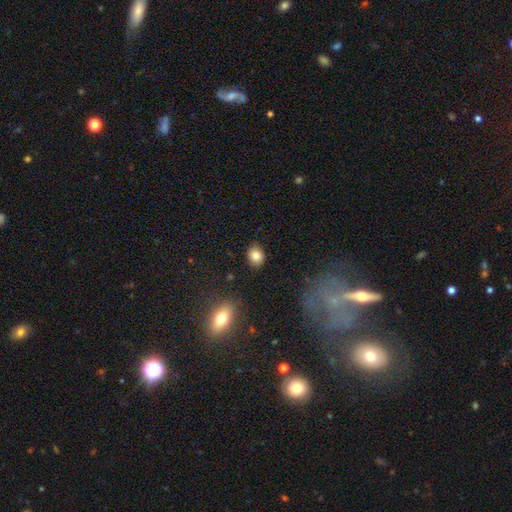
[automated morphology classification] A smooth galaxy with no disk features (83%) that is in between round and cigar-shaped (51%). Merging: none (86%).